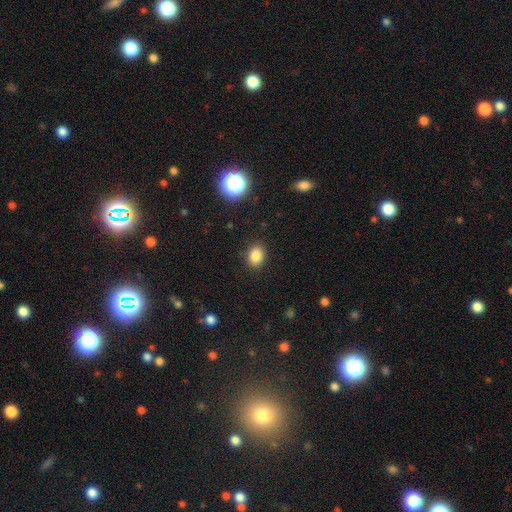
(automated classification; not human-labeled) Smooth or featured? smooth (84%)
How rounded? in between (61%)
Merging? none (88%)